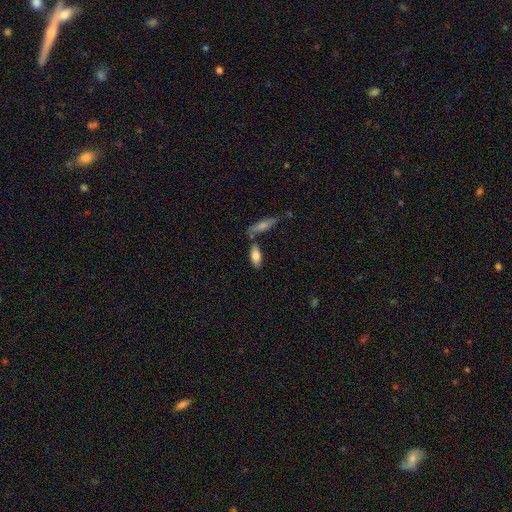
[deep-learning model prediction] This appears to be a smooth galaxy with no disk features (78%) that is in between round and cigar-shaped (71%). Merging: none (64%).